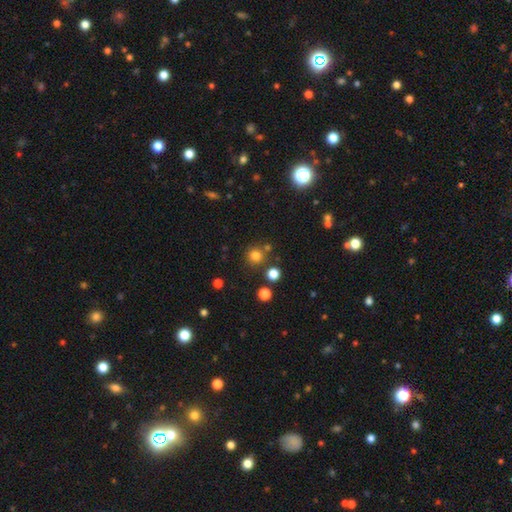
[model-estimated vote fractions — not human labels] Smooth or featured? smooth (78%)
How rounded? round (93%)
Merging? none (80%)